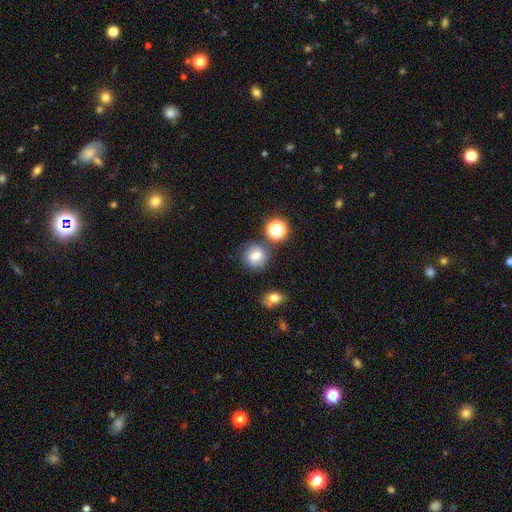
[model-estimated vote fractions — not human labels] This is likely a smooth galaxy (71%). How rounded: clearly round (88%). Merging: likely none (75%).